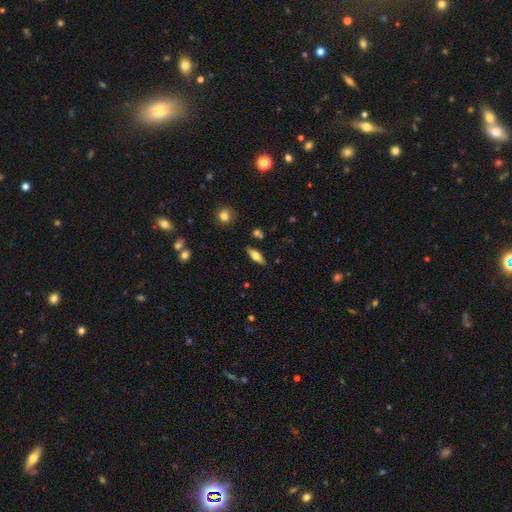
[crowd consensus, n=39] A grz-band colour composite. It shows a smooth galaxy with no disk features (56%) that is in between round and cigar-shaped (55%). Merging: none (91%).